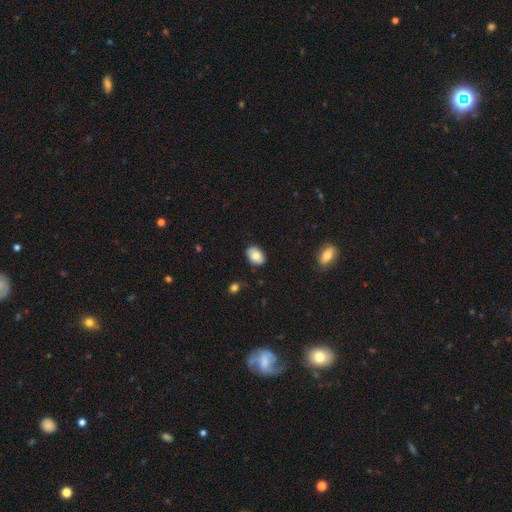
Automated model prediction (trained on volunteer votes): Q: Smooth or featured?
A: smooth (77%); runner-up: featured or disk (16%)
Q: How rounded?
A: in between (84%); runner-up: round (15%)
Q: Merging?
A: none (83%); runner-up: minor disturbance (13%)